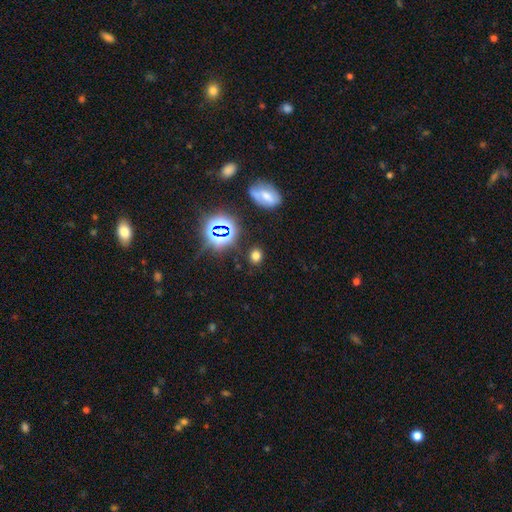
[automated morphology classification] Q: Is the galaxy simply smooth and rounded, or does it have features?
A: smooth — 64%.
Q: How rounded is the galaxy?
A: round — 54%.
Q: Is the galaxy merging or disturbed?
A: none — 84%.